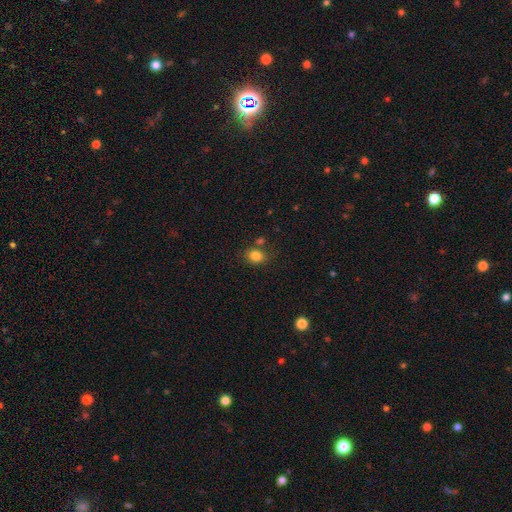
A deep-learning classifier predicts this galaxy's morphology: smooth_or_featured: smooth (p=0.83) [alt: star or artifact p=0.11]
how_rounded: round (p=0.54) [alt: in between p=0.45]
merging: none (p=0.71) [alt: minor disturbance p=0.14]